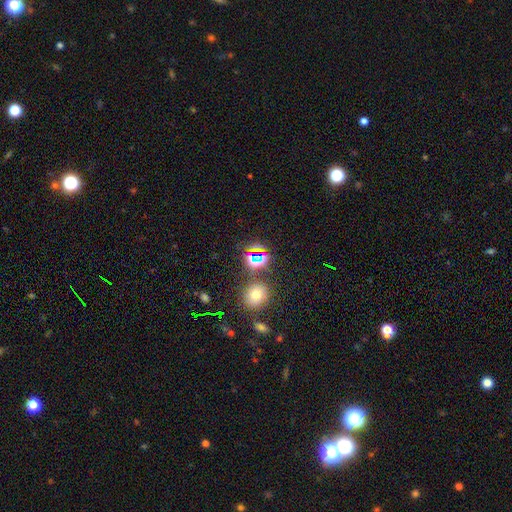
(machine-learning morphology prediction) A star or artifact, not a galaxy (65%).

Vote fractions:
- Smooth or featured? star or artifact: 65% / smooth: 26% / featured or disk: 8%